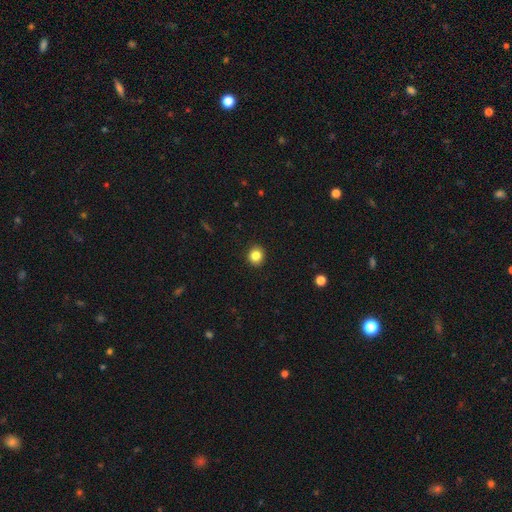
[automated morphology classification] This appears to be a smooth galaxy with no disk features (84%) that is round (86%). Merging: none (93%).